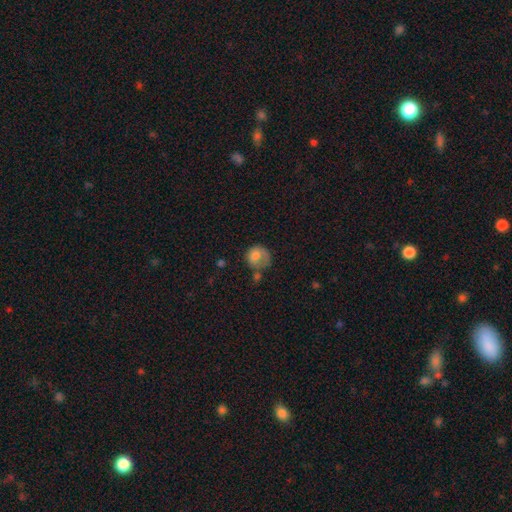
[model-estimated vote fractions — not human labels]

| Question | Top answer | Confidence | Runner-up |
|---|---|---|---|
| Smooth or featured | smooth | 70% | featured or disk (22%) |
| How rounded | round | 73% | in between (27%) |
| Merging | none | 35% | major disturbance (29%) |